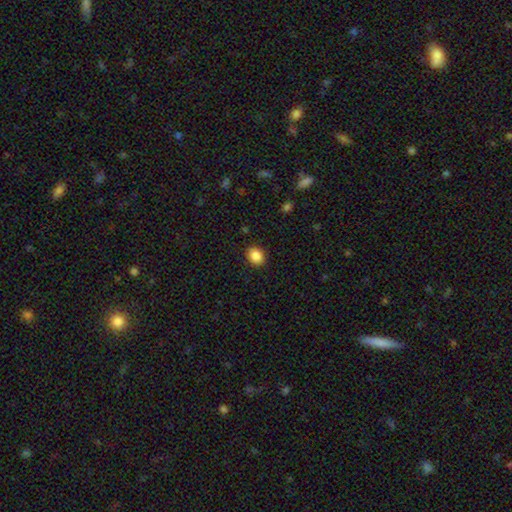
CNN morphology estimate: A smooth galaxy with no disk features (88%) that is round (52%). Merging: none (89%).